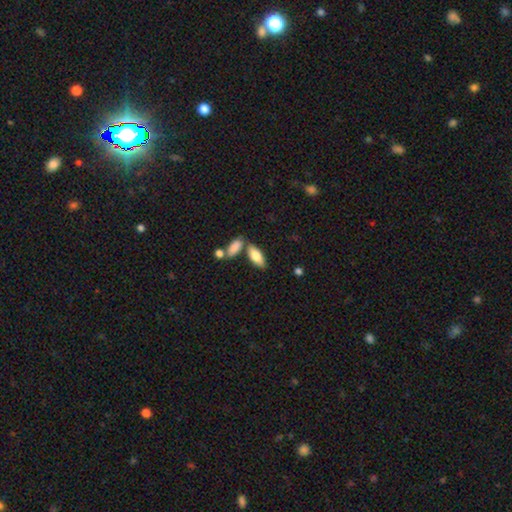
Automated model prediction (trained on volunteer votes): The model was most divided on "merging": none: 66%, merger: 19%, minor disturbance: 12%, major disturbance: 3%. More confident: how rounded — in between (80%); smooth or featured — smooth (78%).